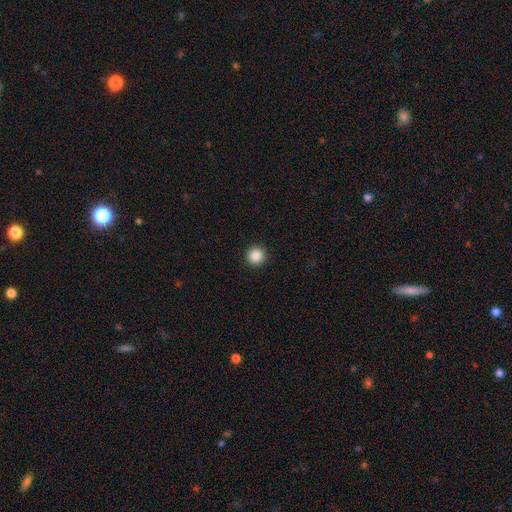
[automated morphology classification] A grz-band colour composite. It shows a smooth galaxy with no disk features (87%) that is round (95%). Merging: none (93%).